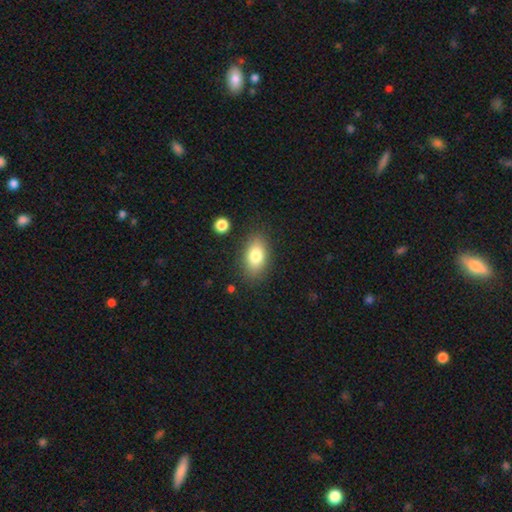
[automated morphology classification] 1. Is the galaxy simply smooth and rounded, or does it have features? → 80% smooth, 12% featured or disk, 8% star or artifact.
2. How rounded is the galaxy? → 90% in between, 8% round, 3% cigar-shaped.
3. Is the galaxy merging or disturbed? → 85% none, 10% minor disturbance, 3% major disturbance, 2% merger.